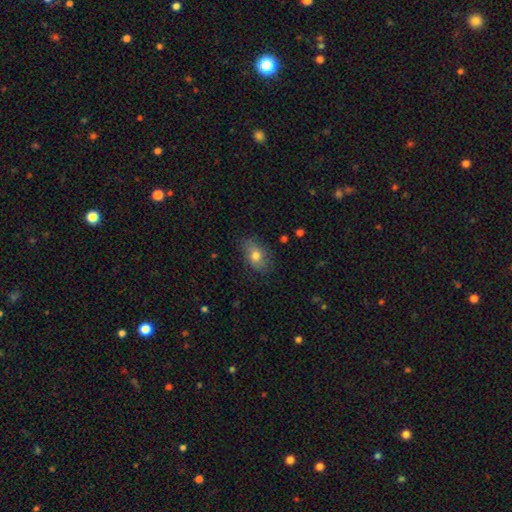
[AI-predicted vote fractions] Smooth or featured?
  - smooth: 75% *
  - featured or disk: 16%
  - star or artifact: 8%
How rounded?
  - in between: 84% *
  - round: 14%
  - cigar-shaped: 2%
Merging?
  - none: 75% *
  - minor disturbance: 19%
  - major disturbance: 5%
  - merger: 1%